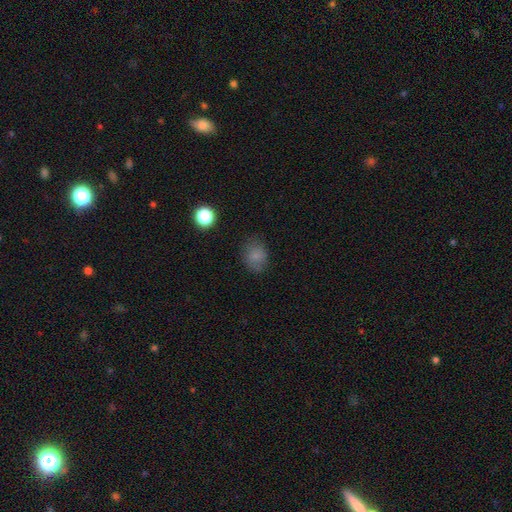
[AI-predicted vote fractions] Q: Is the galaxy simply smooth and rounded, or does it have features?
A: smooth — 79%.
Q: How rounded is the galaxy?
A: in between — 53%.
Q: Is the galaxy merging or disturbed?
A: none — 75%.